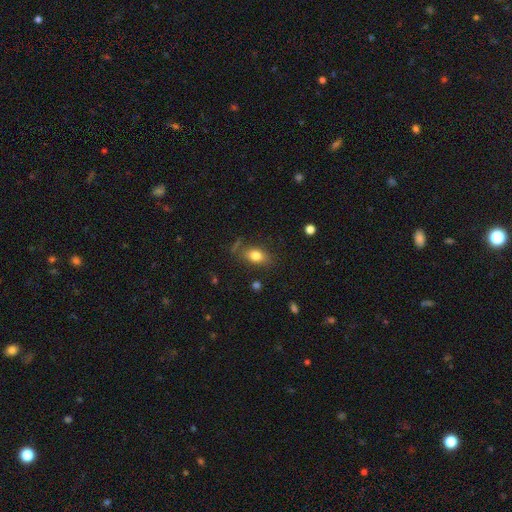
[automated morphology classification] This appears to be a smooth galaxy with no disk features (80%) that is in between round and cigar-shaped (82%). Merging: none (75%).